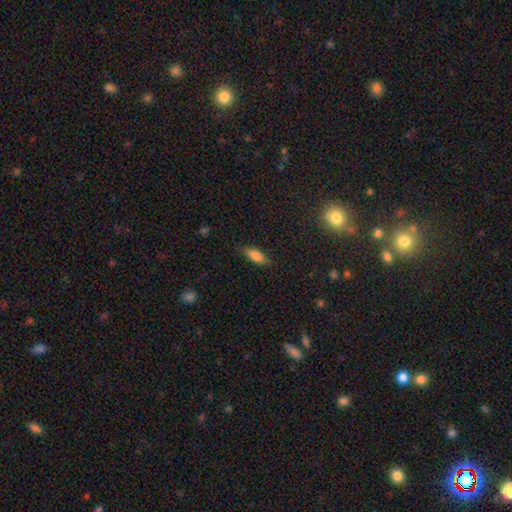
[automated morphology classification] A smooth galaxy with no disk features (79%) that is in between round and cigar-shaped (64%).

Vote fractions:
- Smooth or featured? smooth: 79% / featured or disk: 12% / star or artifact: 8%
- How rounded? in between: 64% / cigar-shaped: 33% / round: 2%
- Merging? none: 81% / minor disturbance: 15% / major disturbance: 3% / merger: 1%